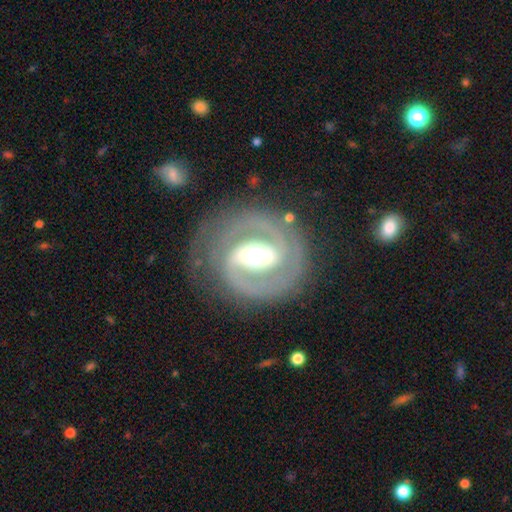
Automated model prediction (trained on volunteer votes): The model was most divided on "bar": strong: 42%, weak: 36%, no: 22%. Remaining: edge-on disk — no (98%); spiral arms — yes (94%); spiral arm count — 2 (89%); smooth or featured — featured or disk (88%); merging — none (78%); bulge size — moderate (54%); spiral winding — tight (48%).